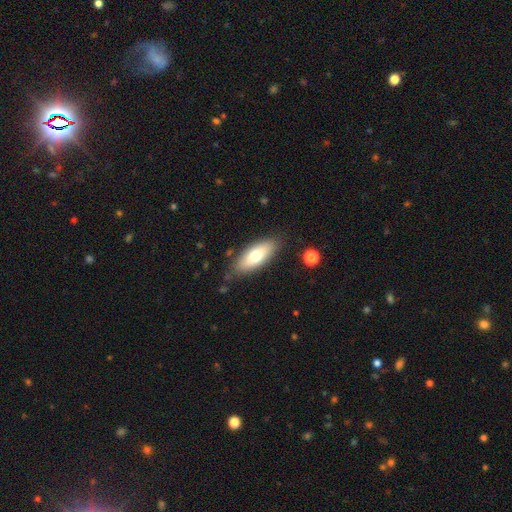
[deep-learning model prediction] smooth_or_featured: smooth (p=0.69) [alt: featured or disk p=0.24]
how_rounded: in between (p=0.75) [alt: cigar-shaped p=0.23]
merging: none (p=0.82) [alt: minor disturbance p=0.13]